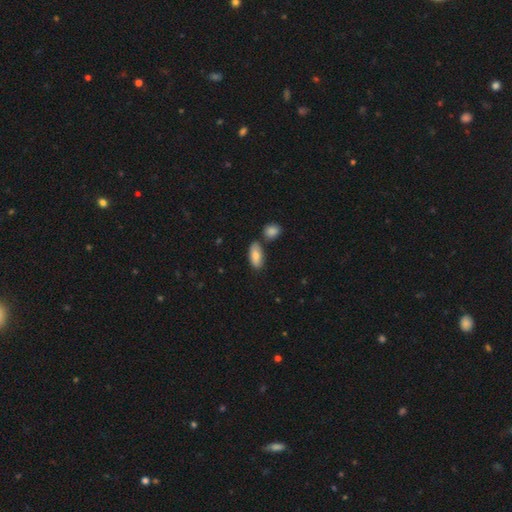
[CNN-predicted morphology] A smooth galaxy with no disk features (81%) that is in between round and cigar-shaped (88%). Merging: none (72%).